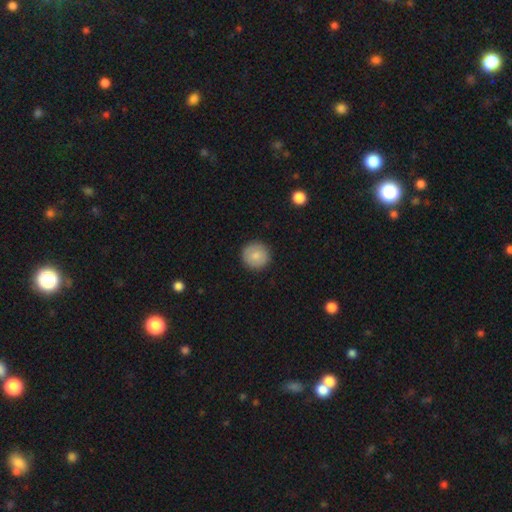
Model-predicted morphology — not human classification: A smooth galaxy with no disk features (84%) that is round (95%).

Vote fractions:
- Smooth or featured? smooth: 84% / featured or disk: 9% / star or artifact: 8%
- How rounded? round: 95% / in between: 4% / cigar-shaped: 1%
- Merging? none: 92% / minor disturbance: 5% / major disturbance: 2% / merger: 1%